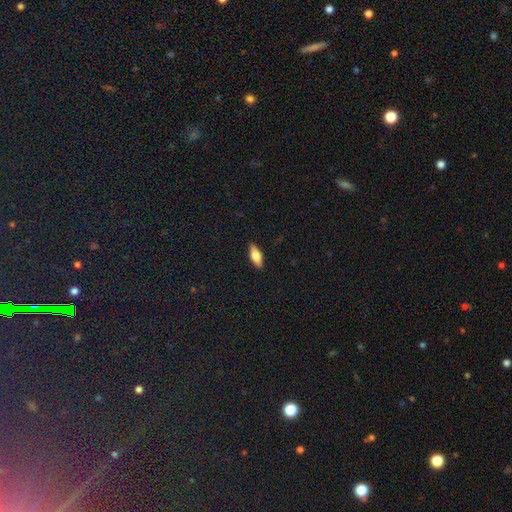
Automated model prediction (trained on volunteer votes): Smooth or featured? Predicted: smooth (p=0.60). How rounded? Predicted: in between (p=0.67). Merging? Predicted: none (p=0.89).